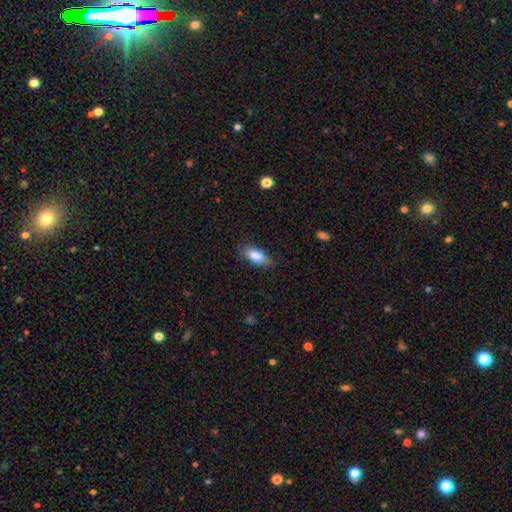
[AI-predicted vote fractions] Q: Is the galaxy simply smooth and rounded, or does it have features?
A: smooth — 84%.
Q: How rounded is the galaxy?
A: in between — 81%.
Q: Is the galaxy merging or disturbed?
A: none — 80%.